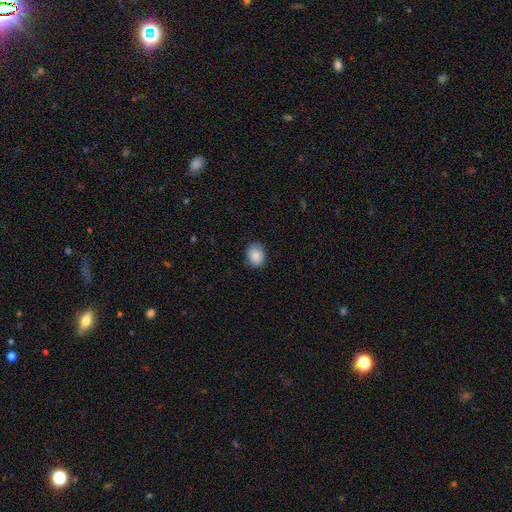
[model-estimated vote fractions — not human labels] smooth 87%, star or artifact 7%, featured or disk 6%. Down the decision tree: how rounded — round (52%); merging — none (79%).